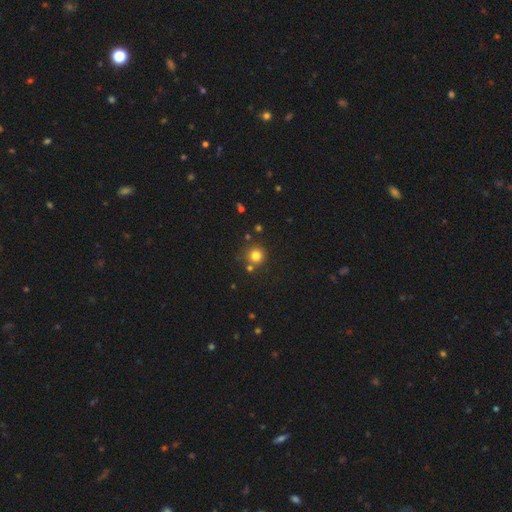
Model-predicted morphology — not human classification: Smooth or featured: smooth — 78% (star or artifact — 15%)
How rounded: round — 93% (in between — 6%)
Merging: none — 78% (merger — 11%)